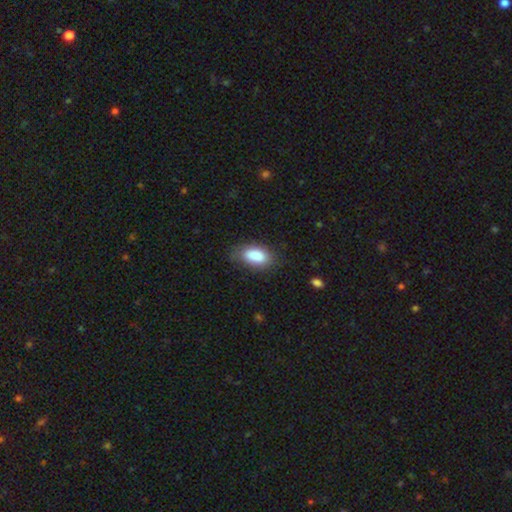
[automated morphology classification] Q: Smooth or featured?
A: smooth (87%); runner-up: star or artifact (7%)
Q: How rounded?
A: in between (92%); runner-up: round (5%)
Q: Merging?
A: none (71%); runner-up: minor disturbance (21%)